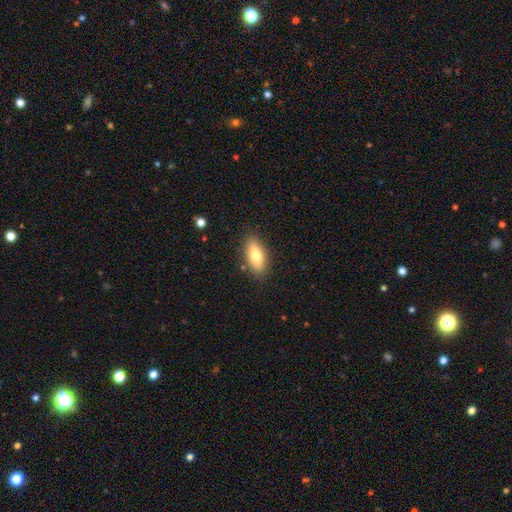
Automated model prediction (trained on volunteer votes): Smooth or featured? Predicted: smooth (p=0.75). How rounded? Predicted: in between (p=0.82). Merging? Predicted: none (p=0.85).